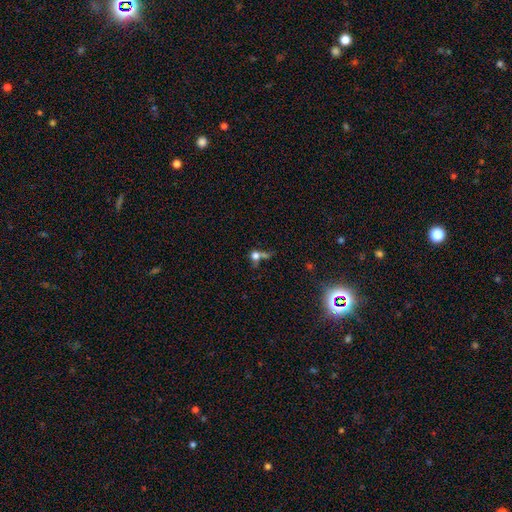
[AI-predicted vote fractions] smooth_or_featured: smooth (p=0.61) [alt: star or artifact p=0.20]
how_rounded: round (p=0.70) [alt: in between p=0.25]
merging: merger (p=0.40) [alt: none p=0.30]